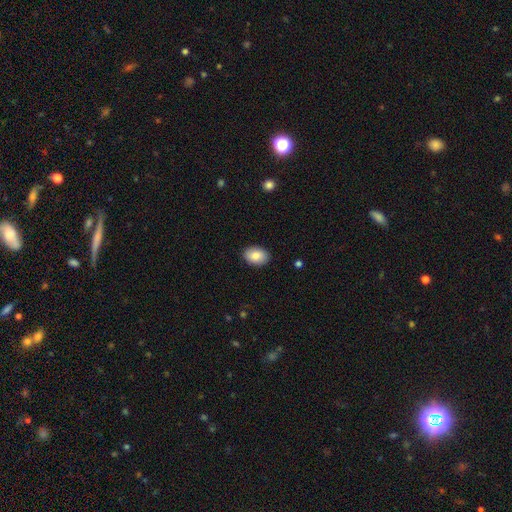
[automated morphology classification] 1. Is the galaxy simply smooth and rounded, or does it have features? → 86% smooth, 7% featured or disk, 7% star or artifact.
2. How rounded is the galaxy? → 84% in between, 15% round, 1% cigar-shaped.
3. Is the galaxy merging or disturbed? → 89% none, 8% minor disturbance, 2% major disturbance, 1% merger.